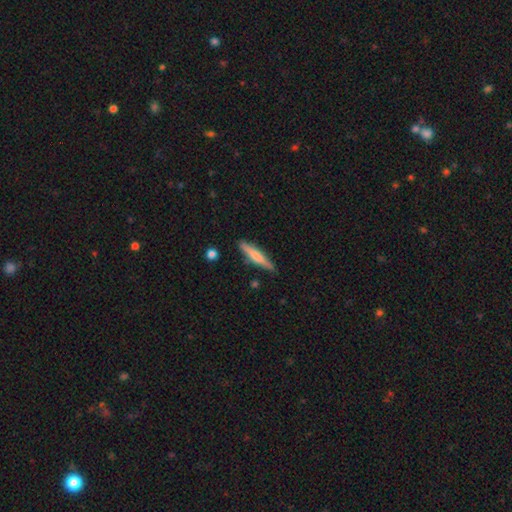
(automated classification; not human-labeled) A smooth galaxy with no disk features (58%) that is cigar-shaped (90%). Merging: none (85%).